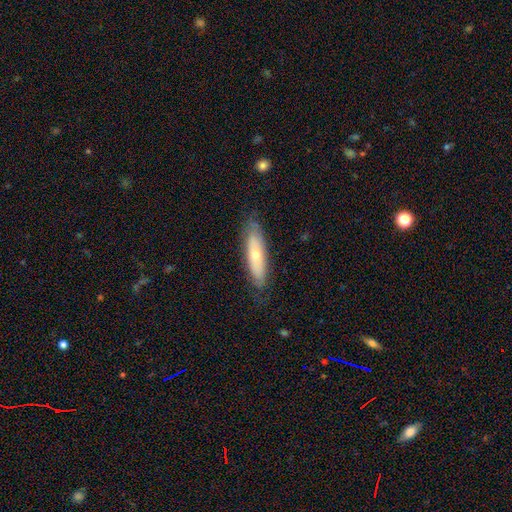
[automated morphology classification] This is possibly a smooth galaxy (53%). How rounded: likely cigar-shaped (66%). Merging: likely none (79%).